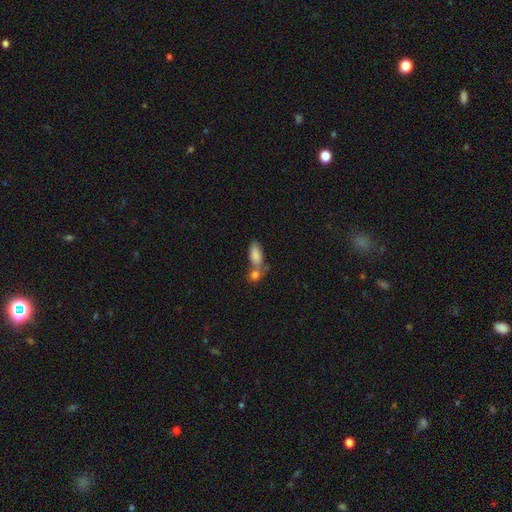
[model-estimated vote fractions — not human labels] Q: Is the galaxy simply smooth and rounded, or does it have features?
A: smooth — 82%.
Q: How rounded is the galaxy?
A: in between — 84%.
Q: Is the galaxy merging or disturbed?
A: merger — 57%.